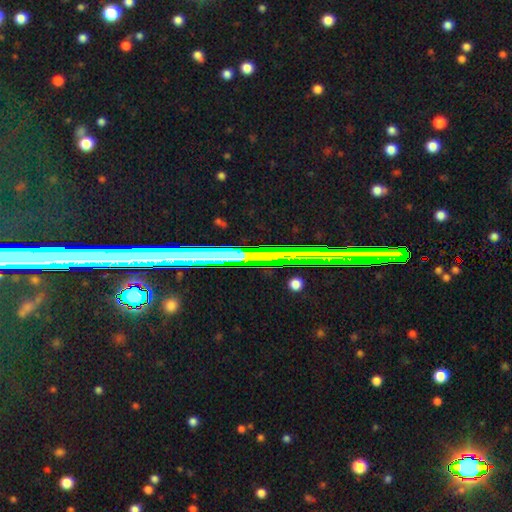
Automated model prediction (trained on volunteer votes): smooth-or-featured: star or artifact: 62% | featured or disk: 27% | smooth: 11%